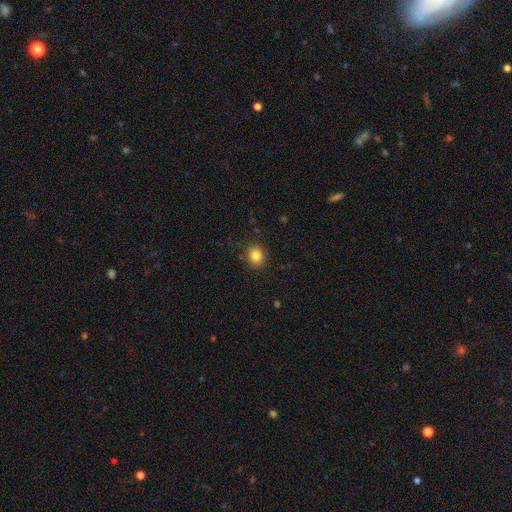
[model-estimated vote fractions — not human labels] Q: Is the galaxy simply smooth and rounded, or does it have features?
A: smooth — 84%.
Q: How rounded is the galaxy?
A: round — 70%.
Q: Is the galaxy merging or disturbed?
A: none — 87%.